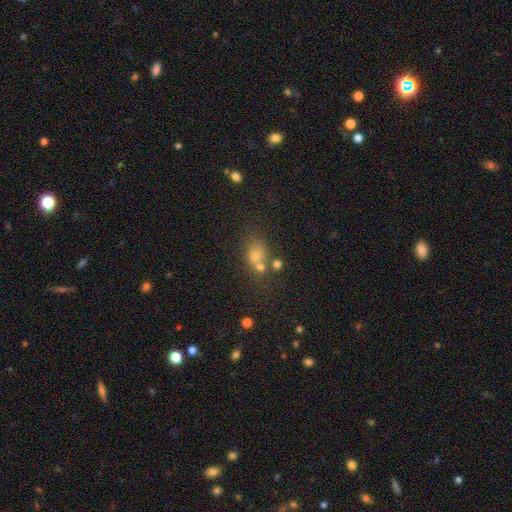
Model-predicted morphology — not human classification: smooth_or_featured: smooth (p=0.60) [alt: star or artifact p=0.27]
how_rounded: in between (p=0.49) [alt: round p=0.48]
merging: none (p=0.52) [alt: merger p=0.28]